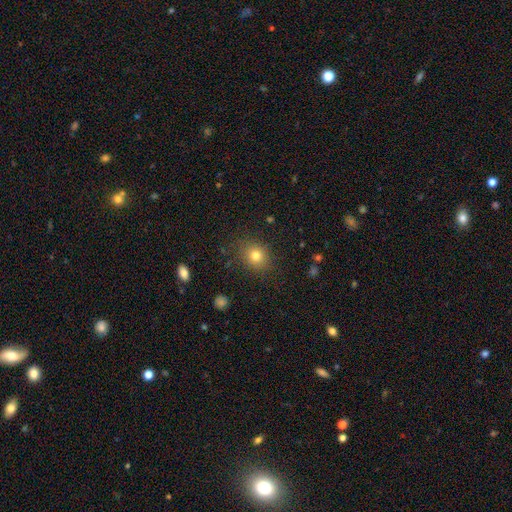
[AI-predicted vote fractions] smooth-or-featured: smooth: 79% | star or artifact: 13% | featured or disk: 8%
  how-rounded: round: 73% | in between: 26% | cigar-shaped: 1%
  merging: none: 85% | minor disturbance: 10% | major disturbance: 4% | merger: 1%